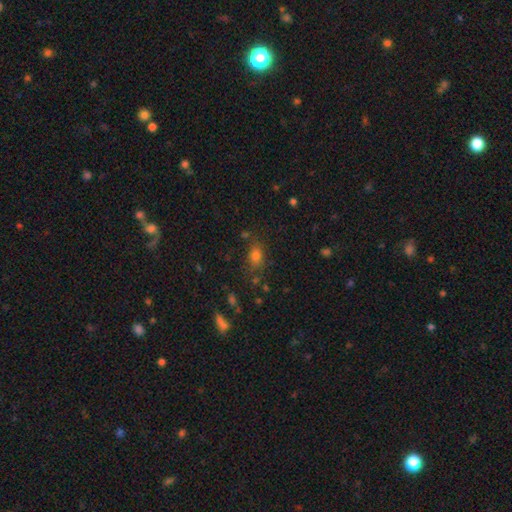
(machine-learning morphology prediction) Q: Smooth or featured?
A: smooth (74%); runner-up: star or artifact (17%)
Q: How rounded?
A: in between (70%); runner-up: round (26%)
Q: Merging?
A: none (71%); runner-up: minor disturbance (17%)